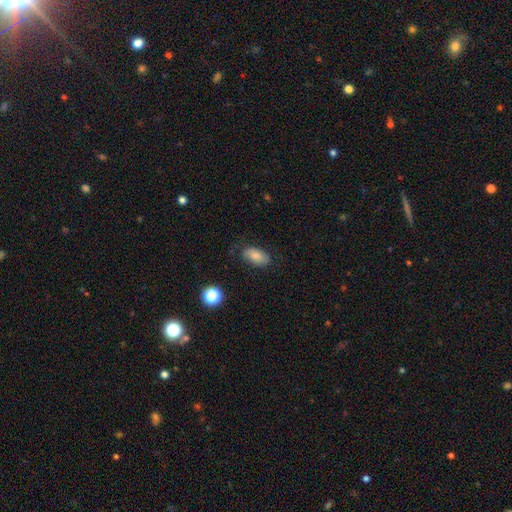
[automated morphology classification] This appears to be a smooth galaxy with no disk features (82%) that is in between round and cigar-shaped (91%). Merging: none (75%).